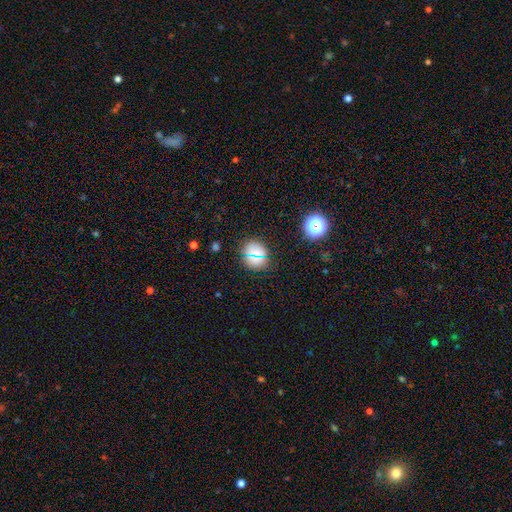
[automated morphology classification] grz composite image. It shows a smooth galaxy with no disk features (68%) that is round (74%). Merging: none (86%).